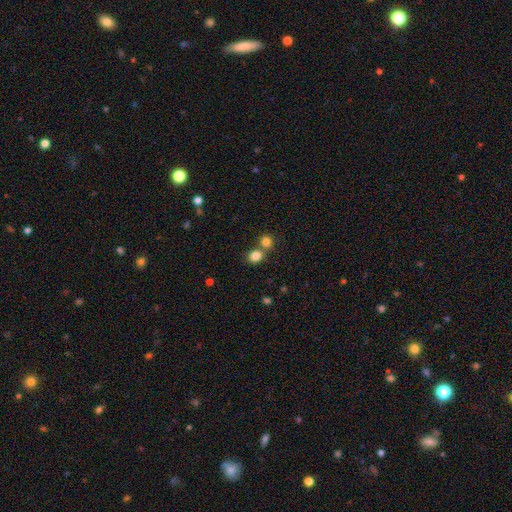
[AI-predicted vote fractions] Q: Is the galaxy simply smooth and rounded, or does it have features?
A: smooth — 83%.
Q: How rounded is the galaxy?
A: round — 66%.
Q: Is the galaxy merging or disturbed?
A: none — 52%.